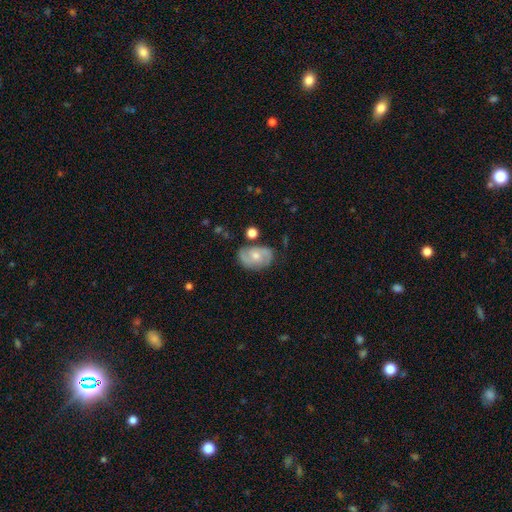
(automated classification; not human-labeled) The model was most divided on "smooth or featured": featured or disk: 56%, smooth: 37%, star or artifact: 7%. More confident: edge-on disk — no (96%); spiral arms — yes (78%); merging — none (68%); bar — no (65%); bulge size — moderate (60%).